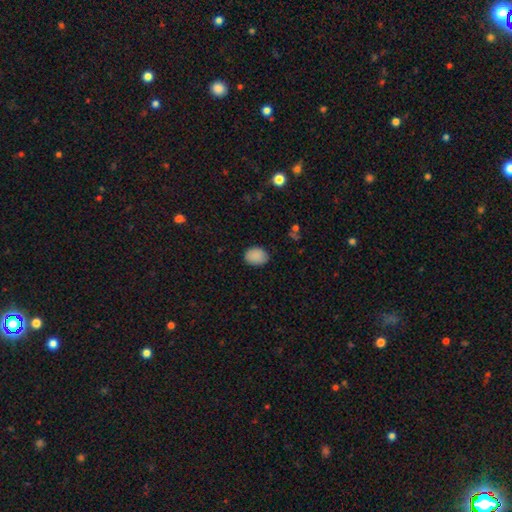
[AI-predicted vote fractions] Smooth or featured? Predicted: smooth (p=0.89). How rounded? Predicted: in between (p=0.62). Merging? Predicted: none (p=0.83).